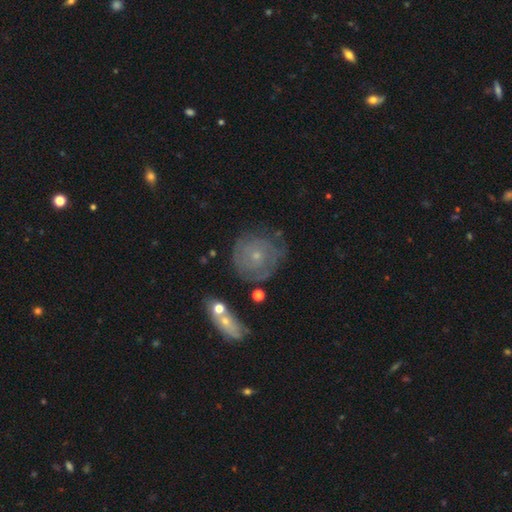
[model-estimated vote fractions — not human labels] The model was most divided on "smooth or featured": featured or disk: 63%, smooth: 28%, star or artifact: 9%. More confident: edge-on disk — no (96%); bar — no (85%); bulge size — small (78%); spiral arms — yes (78%); merging — none (68%).